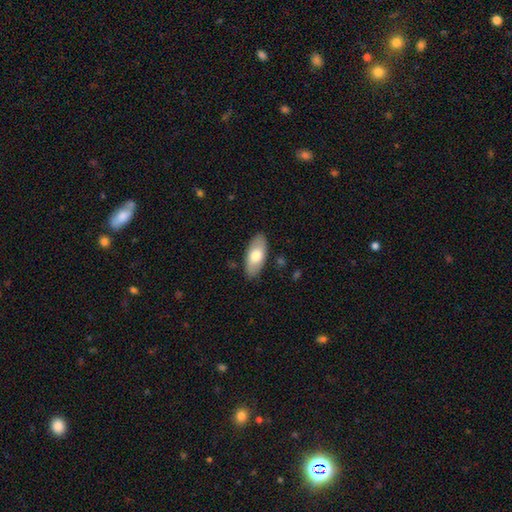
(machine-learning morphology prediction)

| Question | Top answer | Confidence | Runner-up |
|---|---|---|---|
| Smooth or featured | smooth | 71% | featured or disk (24%) |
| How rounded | in between | 91% | cigar-shaped (7%) |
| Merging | none | 86% | minor disturbance (10%) |